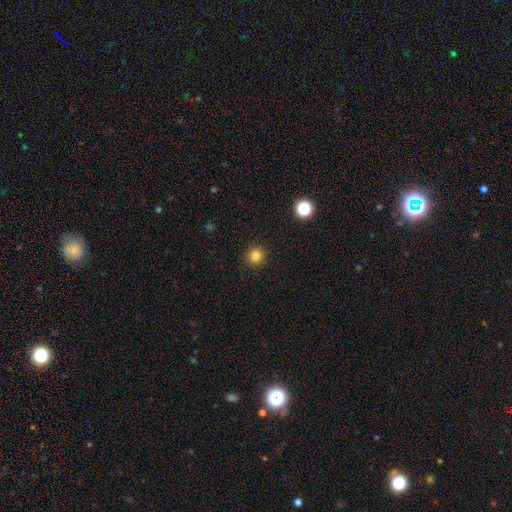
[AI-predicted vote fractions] This is clearly a smooth galaxy (83%). How rounded: clearly round (93%). Merging: clearly none (92%).